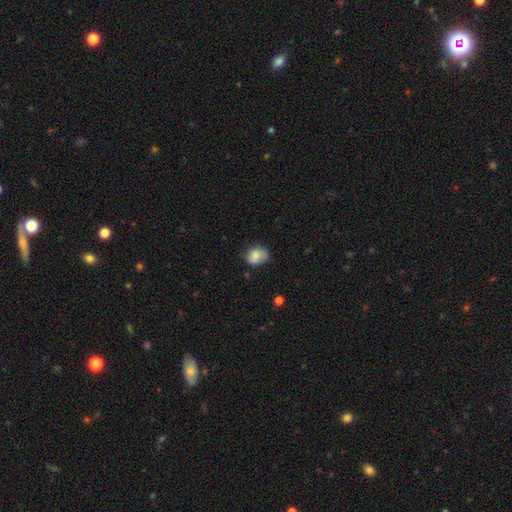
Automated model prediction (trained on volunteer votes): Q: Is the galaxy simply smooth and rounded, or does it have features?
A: smooth — 74%.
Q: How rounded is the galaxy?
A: in between — 53%.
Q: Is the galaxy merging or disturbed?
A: none — 59%.